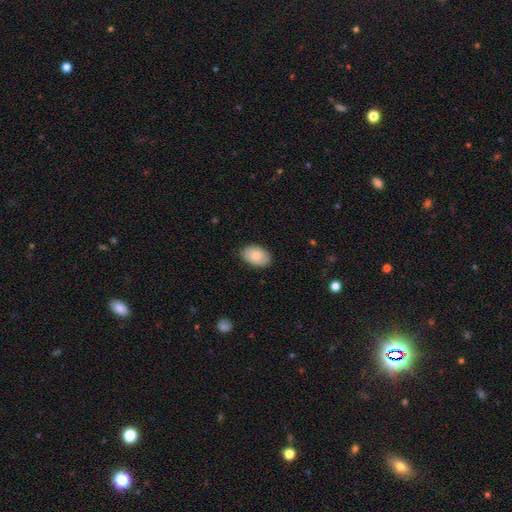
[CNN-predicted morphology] Smooth or featured? Predicted: smooth (p=0.85). How rounded? Predicted: in between (p=0.89). Merging? Predicted: none (p=0.85).